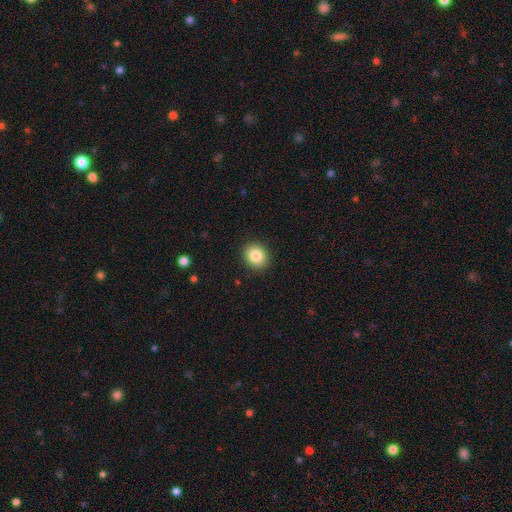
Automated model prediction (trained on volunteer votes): This appears to be a smooth galaxy with no disk features (84%) that is round (72%). Merging: none (91%).